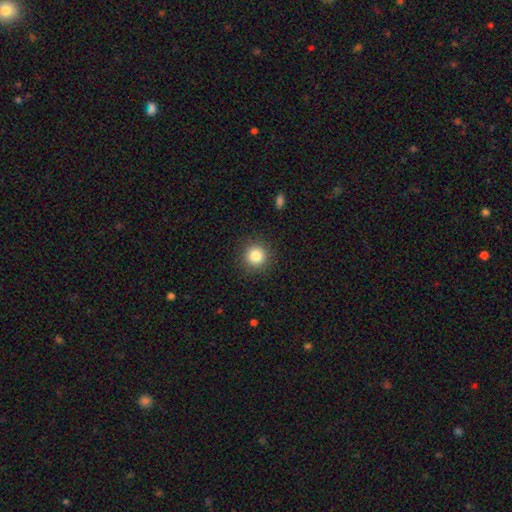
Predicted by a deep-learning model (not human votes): Smooth or featured?
  - smooth: 84% *
  - star or artifact: 11%
  - featured or disk: 6%
How rounded?
  - round: 95% *
  - in between: 4%
  - cigar-shaped: 1%
Merging?
  - none: 91% *
  - minor disturbance: 6%
  - major disturbance: 2%
  - merger: 1%